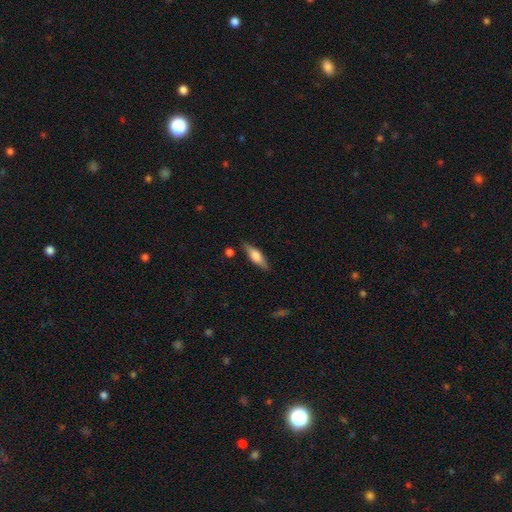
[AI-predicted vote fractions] This appears to be a smooth galaxy with no disk features (55%) that is cigar-shaped (53%). Merging: none (82%).